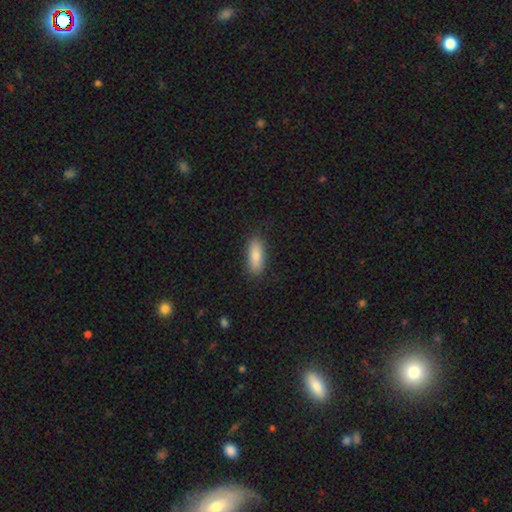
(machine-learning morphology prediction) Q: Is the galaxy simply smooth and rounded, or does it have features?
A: smooth — 86%.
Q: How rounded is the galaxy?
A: in between — 68%.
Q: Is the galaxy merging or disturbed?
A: none — 86%.